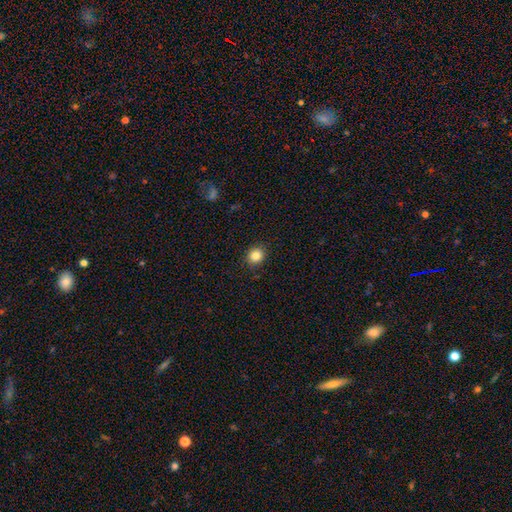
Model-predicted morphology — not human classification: smooth-or-featured: smooth: 84% | star or artifact: 11% | featured or disk: 5%
  how-rounded: round: 81% | in between: 18% | cigar-shaped: 1%
  merging: none: 90% | minor disturbance: 7% | major disturbance: 2% | merger: 1%